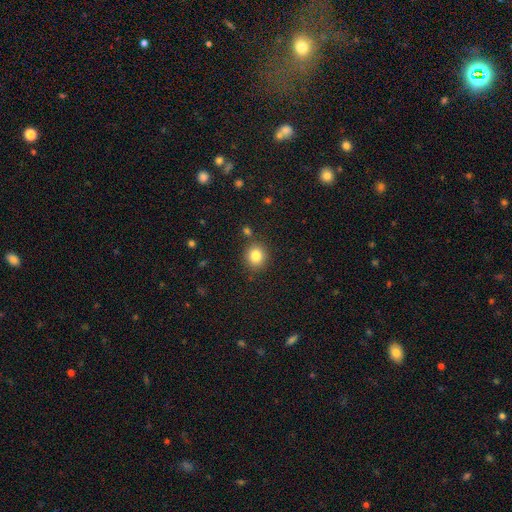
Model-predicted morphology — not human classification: The model was most divided on "how rounded": round: 85%, in between: 15%, cigar-shaped: 1%. More confident: merging — none (84%); smooth or featured — smooth (83%).